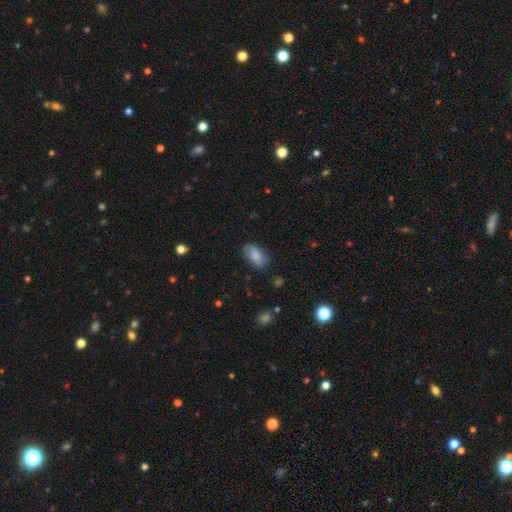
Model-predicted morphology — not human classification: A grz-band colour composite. It shows a smooth galaxy with no disk features (76%) that is in between round and cigar-shaped (91%). Merging: none (70%).